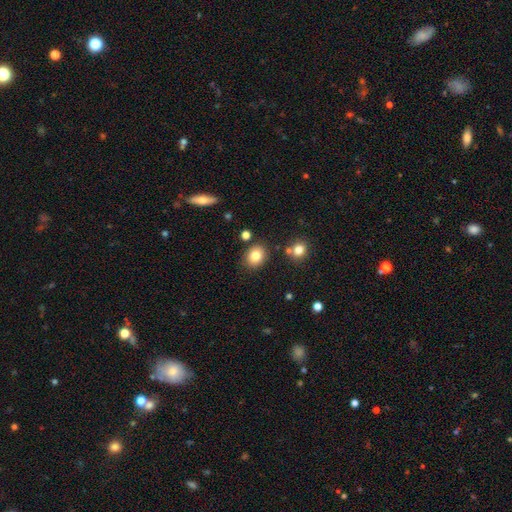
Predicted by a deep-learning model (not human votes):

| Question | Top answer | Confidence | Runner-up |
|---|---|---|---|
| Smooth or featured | smooth | 82% | star or artifact (10%) |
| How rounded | round | 55% | in between (44%) |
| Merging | none | 82% | minor disturbance (10%) |